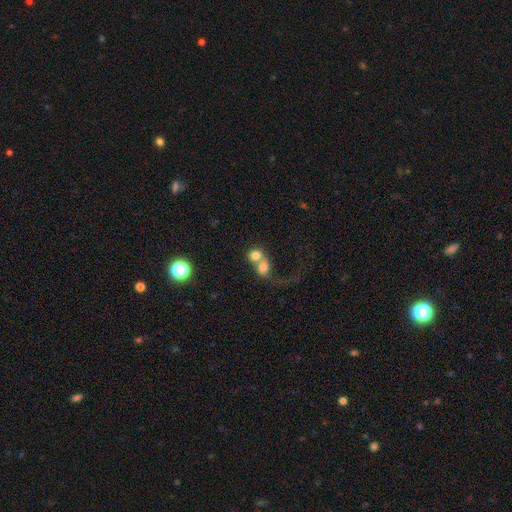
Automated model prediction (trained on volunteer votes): A smooth galaxy with no disk features (71%) that is round (65%). Merging: merger (75%).